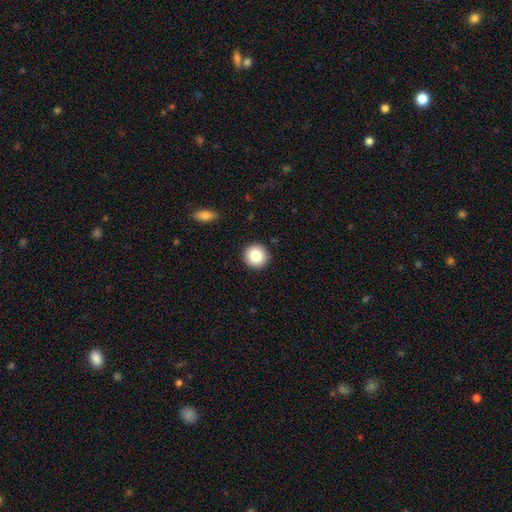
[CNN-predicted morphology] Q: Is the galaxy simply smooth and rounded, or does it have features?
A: smooth — 85%.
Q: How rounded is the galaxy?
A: round — 95%.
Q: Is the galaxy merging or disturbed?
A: none — 92%.